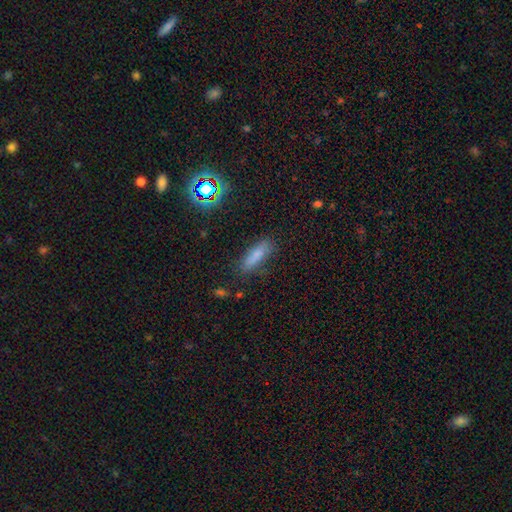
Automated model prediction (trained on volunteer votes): smooth 75%, star or artifact 13%, featured or disk 12%. Down the decision tree: how rounded — cigar-shaped (54%); merging — none (78%).